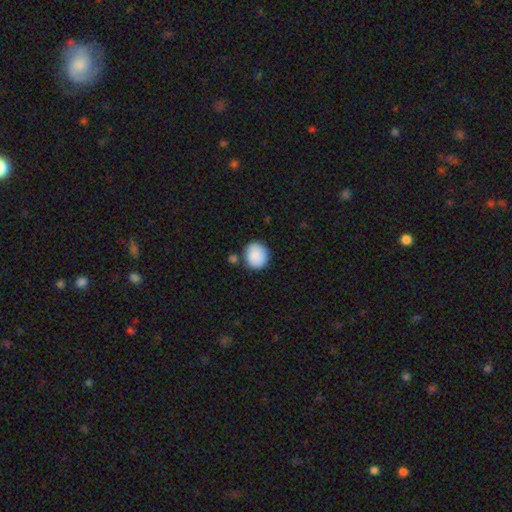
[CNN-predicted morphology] Overall: smooth (89%). How rounded: round (85%). Merging: none (78%).